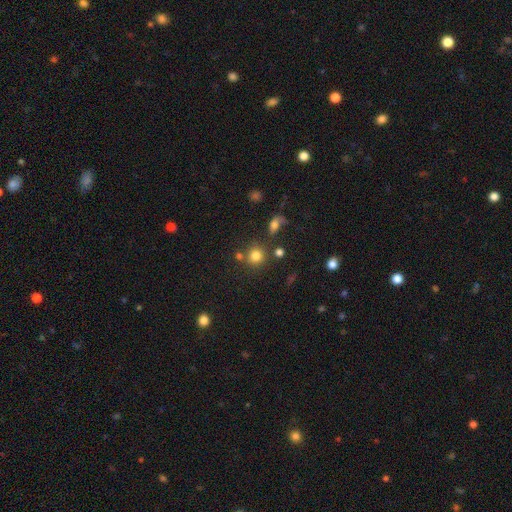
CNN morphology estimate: type=smooth (79%); roundness=round (88%); merging=none (69%).